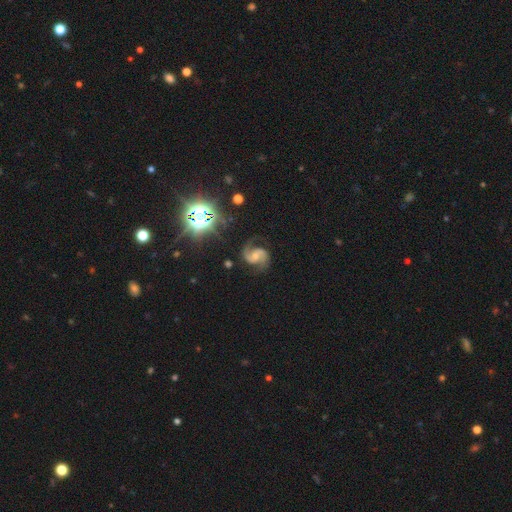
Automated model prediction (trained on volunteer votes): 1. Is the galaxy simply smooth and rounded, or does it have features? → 88% featured or disk, 8% star or artifact, 4% smooth.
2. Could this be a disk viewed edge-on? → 98% no, 2% yes.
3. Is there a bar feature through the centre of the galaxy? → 47% no, 40% weak, 13% strong.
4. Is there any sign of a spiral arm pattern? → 98% yes, 2% no.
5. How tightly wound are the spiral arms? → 62% medium, 23% loose, 15% tight.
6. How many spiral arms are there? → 93% 2, 2% can't tell, 2% 3, 1% 1, 1% 4, 1% more than 4.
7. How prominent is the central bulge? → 48% small, 41% moderate, 7% none, 3% large, 1% dominant.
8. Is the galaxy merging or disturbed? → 77% none, 14% minor disturbance, 7% major disturbance, 2% merger.